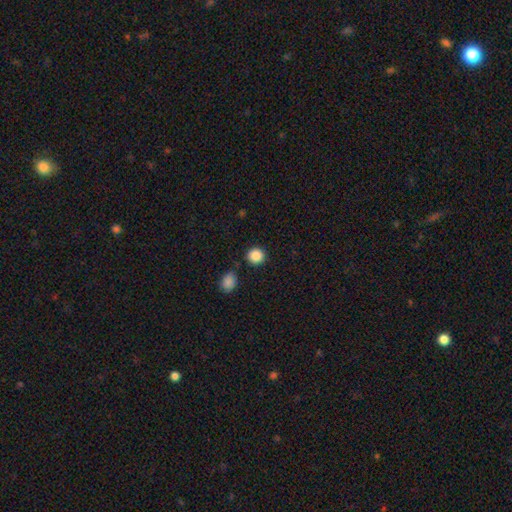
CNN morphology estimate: Overall: smooth (88%). How rounded: round (90%). Merging: none (84%).